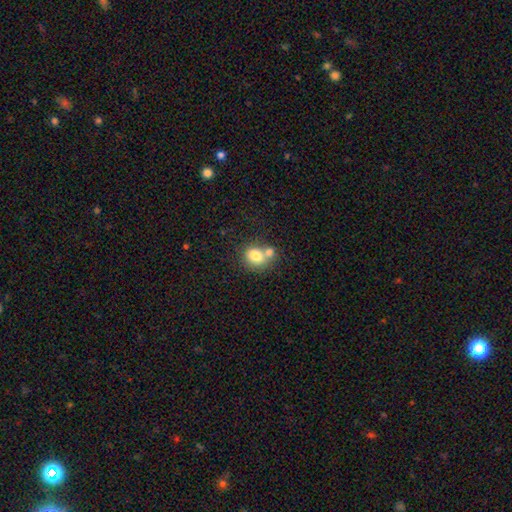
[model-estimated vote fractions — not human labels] This appears to be a smooth galaxy with no disk features (77%) that is round (58%). Merging: merger (49%).